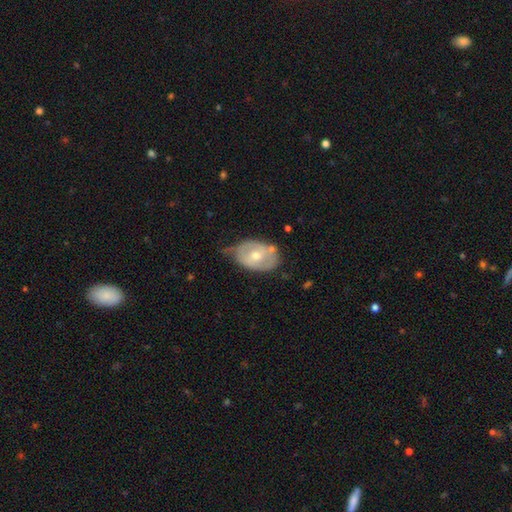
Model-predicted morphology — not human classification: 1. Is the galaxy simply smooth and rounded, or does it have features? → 50% featured or disk, 45% smooth, 6% star or artifact.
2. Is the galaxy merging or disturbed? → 44% none, 36% minor disturbance, 13% major disturbance, 8% merger.